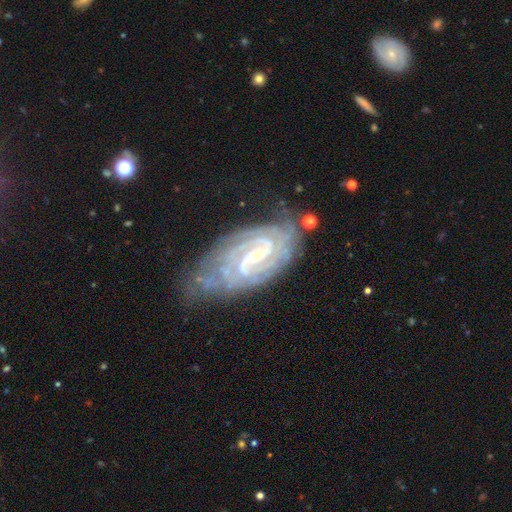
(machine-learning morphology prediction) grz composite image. It shows a featured or disk galaxy (90%) with a weak bar (50%), 2 (41%) tight (66%) spiral arms (98%) and a small central bulge (74%). Merging: none (63%).